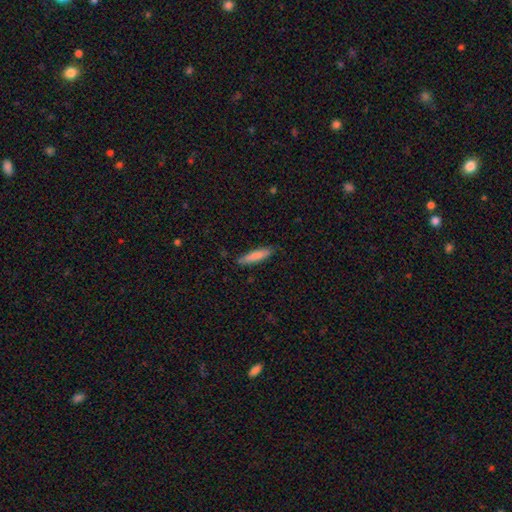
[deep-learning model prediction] Smooth or featured: smooth — 81% (featured or disk — 13%)
How rounded: cigar-shaped — 83% (in between — 16%)
Merging: none — 85% (minor disturbance — 12%)